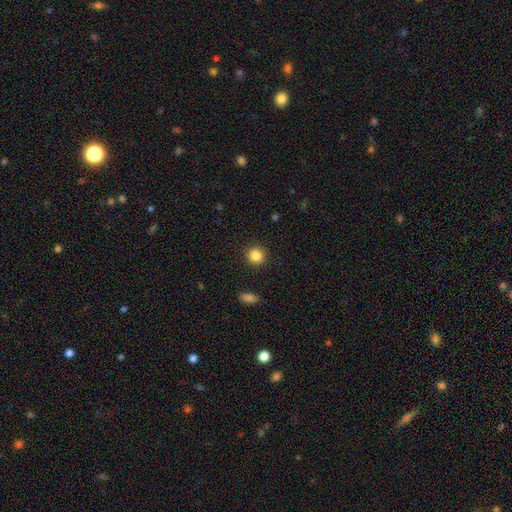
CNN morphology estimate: Q: Smooth or featured?
A: smooth (86%); runner-up: star or artifact (10%)
Q: How rounded?
A: round (91%); runner-up: in between (8%)
Q: Merging?
A: none (91%); runner-up: minor disturbance (5%)